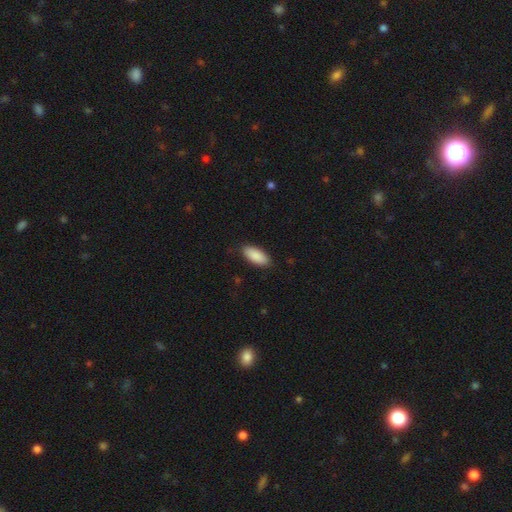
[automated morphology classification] A smooth galaxy with no disk features (90%) that is in between round and cigar-shaped (88%). Merging: none (87%).